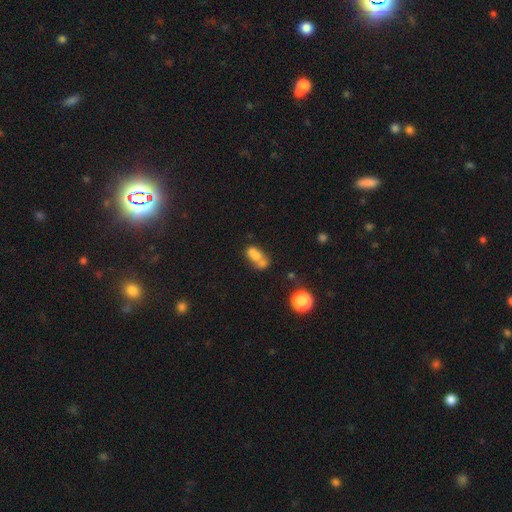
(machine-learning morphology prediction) A smooth galaxy with no disk features (63%) that is in between round and cigar-shaped (64%).

Vote fractions:
- Smooth or featured? smooth: 63% / featured or disk: 23% / star or artifact: 14%
- How rounded? in between: 64% / round: 32% / cigar-shaped: 4%
- Merging? merger: 62% / none: 23% / minor disturbance: 9% / major disturbance: 6%